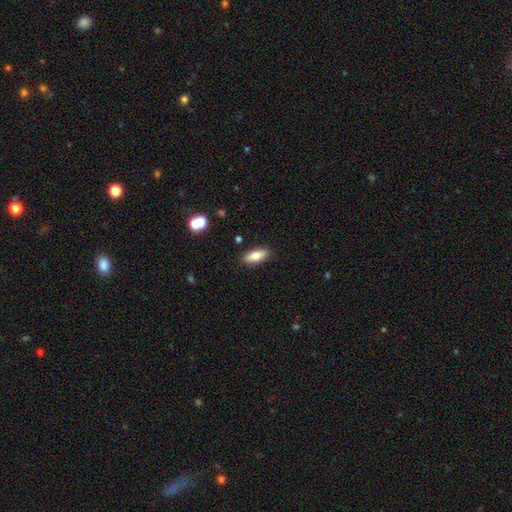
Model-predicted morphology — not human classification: Smooth or featured: smooth — 75% (featured or disk — 18%)
How rounded: in between — 74% (cigar-shaped — 23%)
Merging: none — 88% (minor disturbance — 9%)